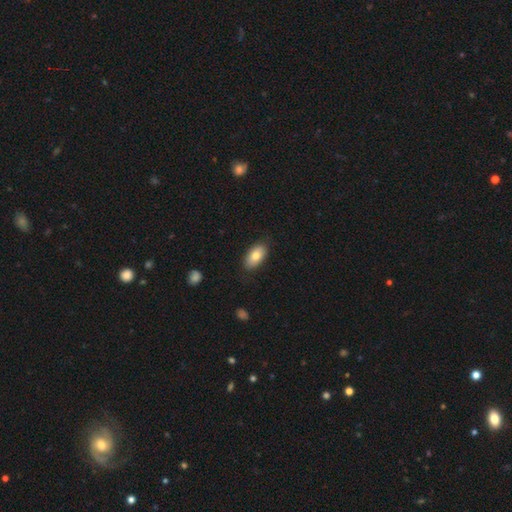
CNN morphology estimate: smooth-or-featured: smooth: 79% | featured or disk: 14% | star or artifact: 7%
  how-rounded: in between: 93% | round: 4% | cigar-shaped: 3%
  merging: none: 84% | minor disturbance: 12% | major disturbance: 2% | merger: 1%